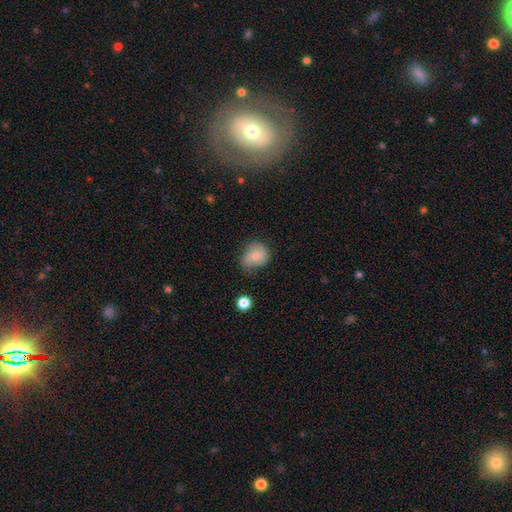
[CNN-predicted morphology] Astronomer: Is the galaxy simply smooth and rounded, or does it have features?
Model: smooth — 68%.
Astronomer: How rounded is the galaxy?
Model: round — 61% (runner-up: in between, 38%).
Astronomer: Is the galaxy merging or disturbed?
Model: none — 51% (runner-up: minor disturbance, 35%).